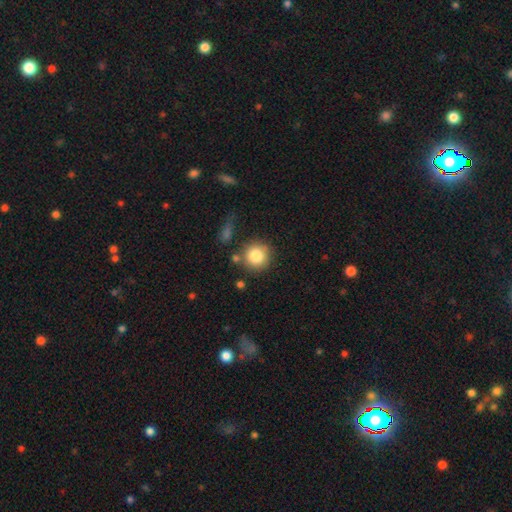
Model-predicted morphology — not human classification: A smooth galaxy with no disk features (83%) that is round (92%). Merging: none (76%).